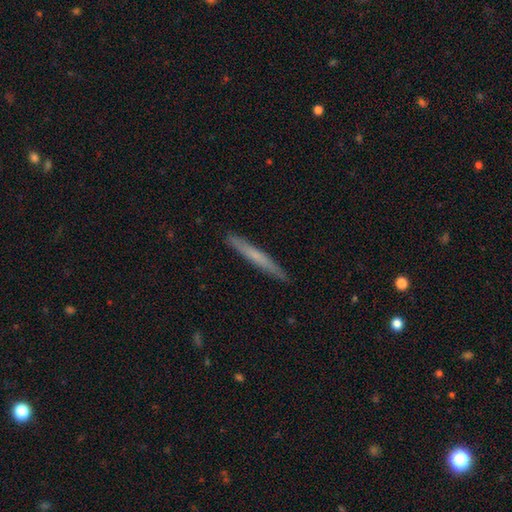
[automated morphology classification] This appears to be a smooth galaxy with no disk features (56%) that is cigar-shaped (97%). Merging: none (90%).